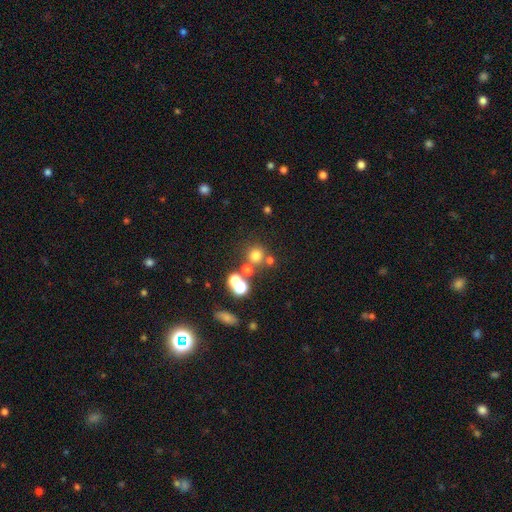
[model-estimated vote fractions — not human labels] Smooth or featured: smooth — 67% (star or artifact — 22%)
How rounded: round — 90% (in between — 9%)
Merging: none — 67% (merger — 20%)